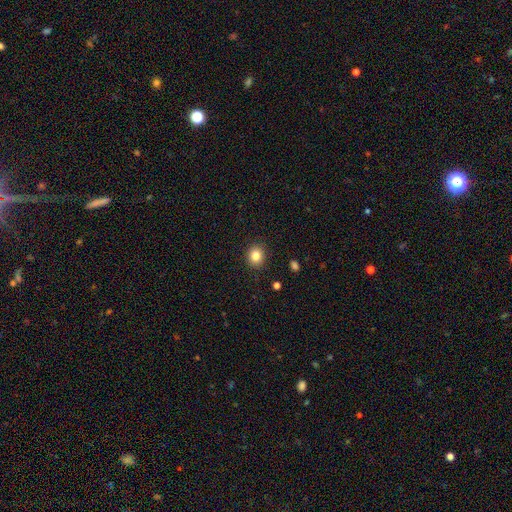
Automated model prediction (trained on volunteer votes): Smooth or featured: smooth — 83% (star or artifact — 10%)
How rounded: round — 75% (in between — 24%)
Merging: none — 90% (minor disturbance — 7%)